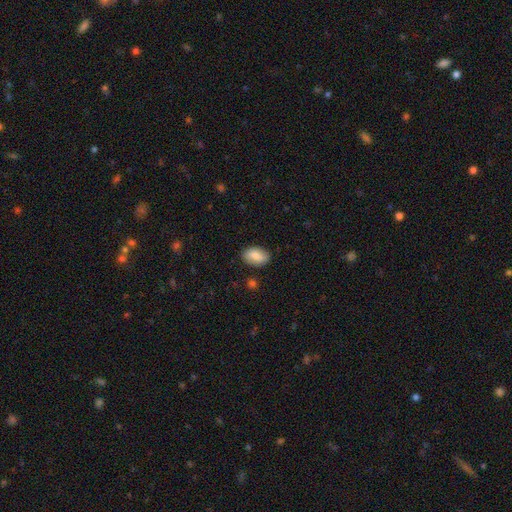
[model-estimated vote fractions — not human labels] Smooth or featured? Predicted: smooth (p=0.82). How rounded? Predicted: in between (p=0.90). Merging? Predicted: none (p=0.84).